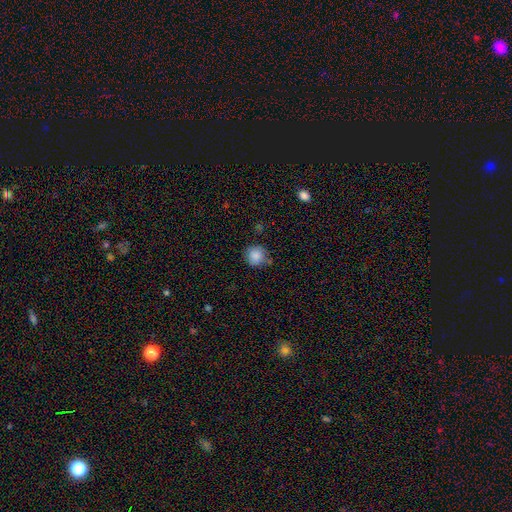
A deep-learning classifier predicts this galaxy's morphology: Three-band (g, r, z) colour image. It shows a smooth galaxy with no disk features (87%) that is round (92%). Merging: none (76%).